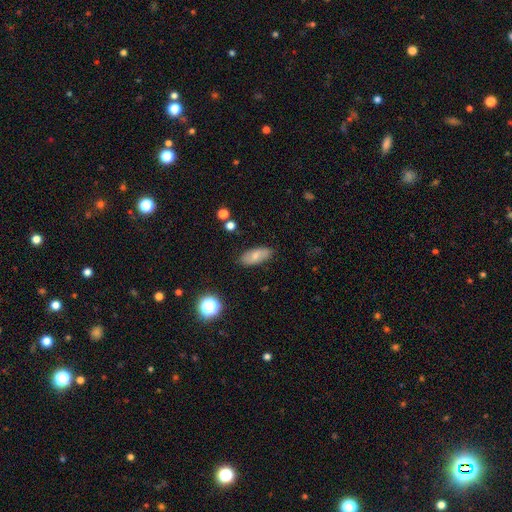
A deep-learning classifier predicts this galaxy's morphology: Q: Smooth or featured?
A: smooth (71%); runner-up: featured or disk (21%)
Q: How rounded?
A: in between (86%); runner-up: cigar-shaped (11%)
Q: Merging?
A: none (85%); runner-up: minor disturbance (11%)